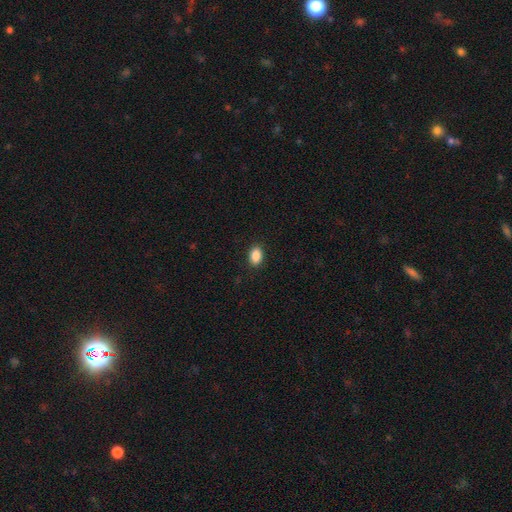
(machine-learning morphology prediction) Overall: smooth (89%). How rounded: in between (88%). Merging: none (90%).